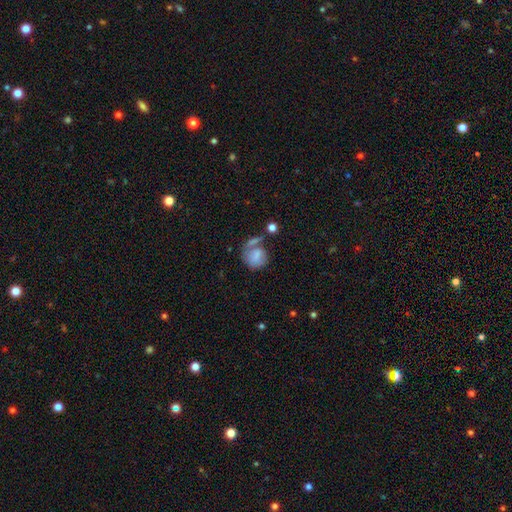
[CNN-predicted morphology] Overall: smooth (69%). How rounded: round (69%; in between 29%). Merging: none (38%; merger 25%).